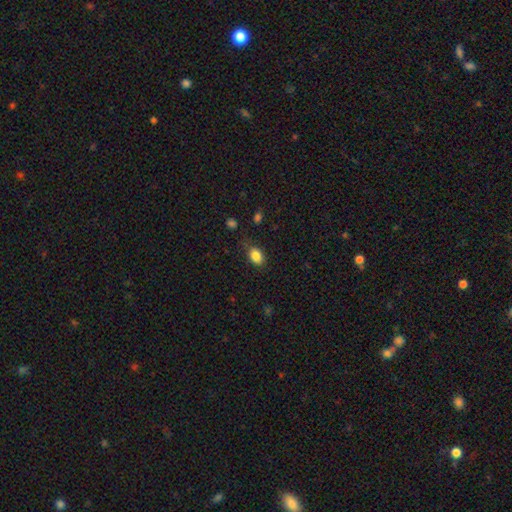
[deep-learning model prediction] smooth 85%, star or artifact 9%, featured or disk 5%. Down the decision tree: how rounded — in between (73%); merging — none (72%).